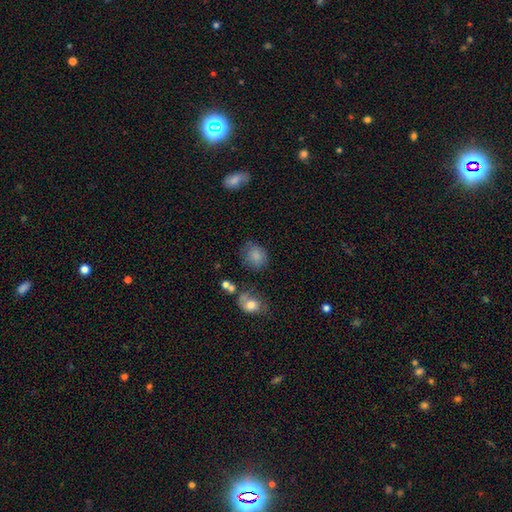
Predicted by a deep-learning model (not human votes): This is clearly a smooth galaxy (82%). How rounded: likely round (60%). Merging: likely none (66%).